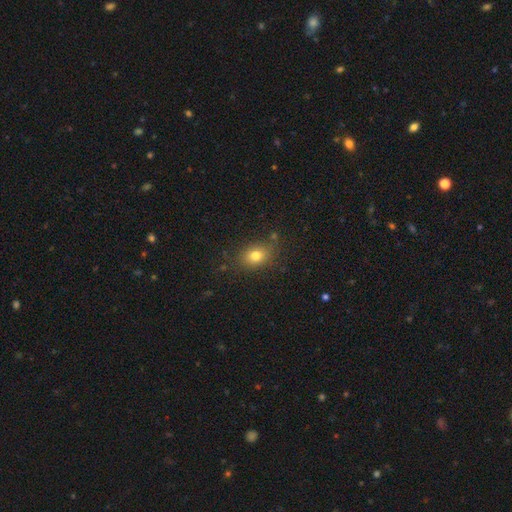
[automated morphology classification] Smooth or featured? Predicted: smooth (p=0.78). How rounded? Predicted: in between (p=0.64). Merging? Predicted: none (p=0.80).